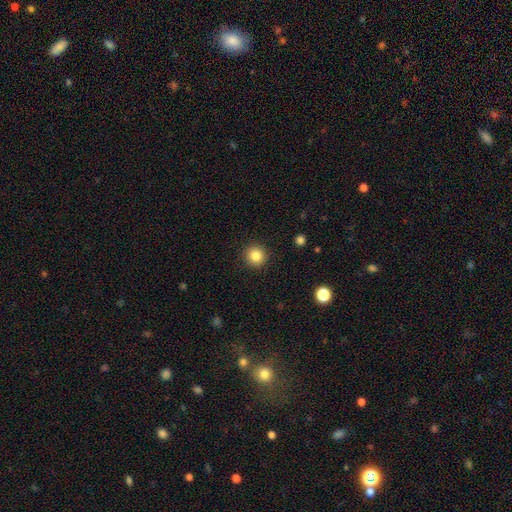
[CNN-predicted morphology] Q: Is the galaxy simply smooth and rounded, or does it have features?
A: smooth — 84%.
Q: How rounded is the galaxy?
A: round — 94%.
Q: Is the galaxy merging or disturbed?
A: none — 91%.